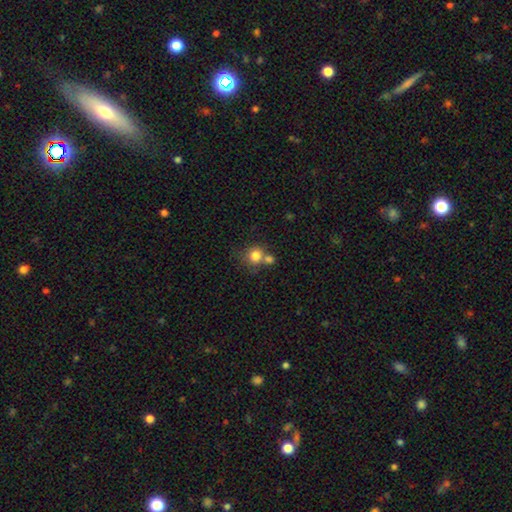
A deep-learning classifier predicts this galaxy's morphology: Overall: smooth (80%). How rounded: round (87%). Merging: none (48%; merger 40%).